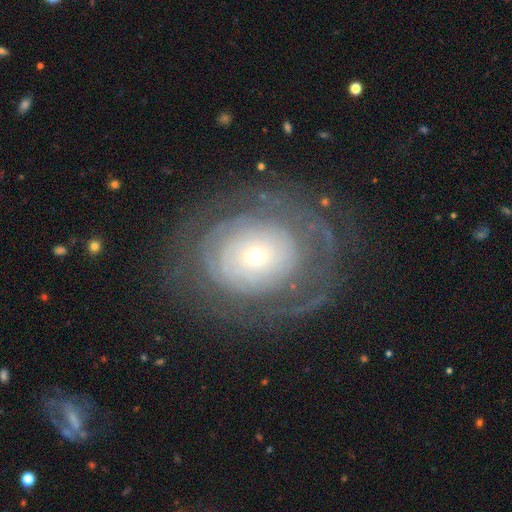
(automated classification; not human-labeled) Morphology: type=featured or disk (68%); edge-on=no (95%); bar=no (87%); spiral arms=yes (60%); bulge=small (75%); merging=none (70%).